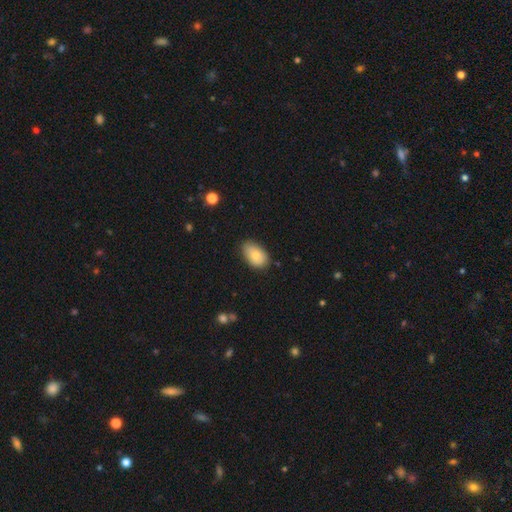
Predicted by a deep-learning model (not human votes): Morphology: type=smooth (79%); roundness=in between (91%); merging=none (70%).